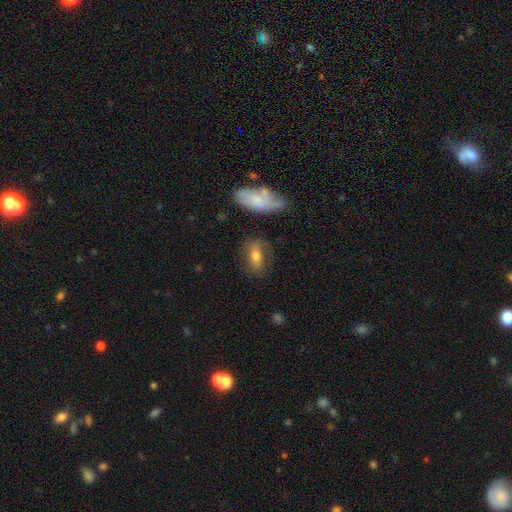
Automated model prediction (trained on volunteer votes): Smooth or featured?
  - smooth: 54% *
  - featured or disk: 37%
  - star or artifact: 9%
How rounded?
  - in between: 77% *
  - round: 13%
  - cigar-shaped: 10%
Merging?
  - none: 63% *
  - minor disturbance: 21%
  - major disturbance: 11%
  - merger: 5%